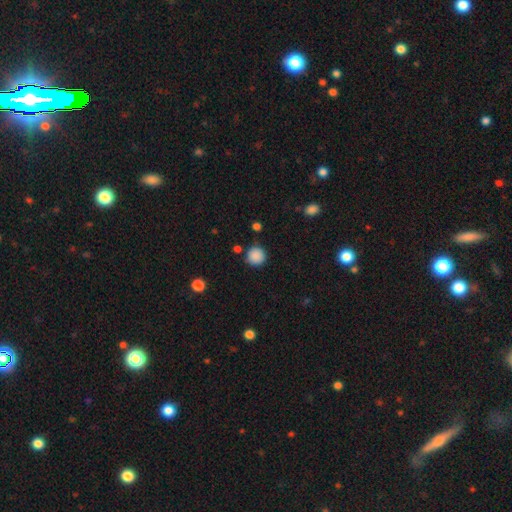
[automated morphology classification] A smooth galaxy with no disk features (87%) that is round (94%). Merging: none (84%).